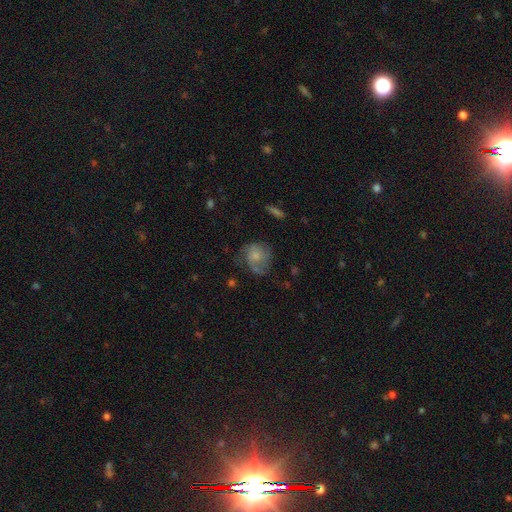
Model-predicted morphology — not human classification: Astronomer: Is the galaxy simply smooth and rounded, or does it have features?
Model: featured or disk — 51% (runner-up: smooth, 40%).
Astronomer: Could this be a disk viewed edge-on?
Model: no — 98%.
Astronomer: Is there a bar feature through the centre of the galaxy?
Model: no — 79%.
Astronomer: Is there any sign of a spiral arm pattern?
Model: yes — 80%.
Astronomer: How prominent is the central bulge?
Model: small — 49% (runner-up: moderate, 31%).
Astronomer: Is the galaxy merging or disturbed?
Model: none — 52%.